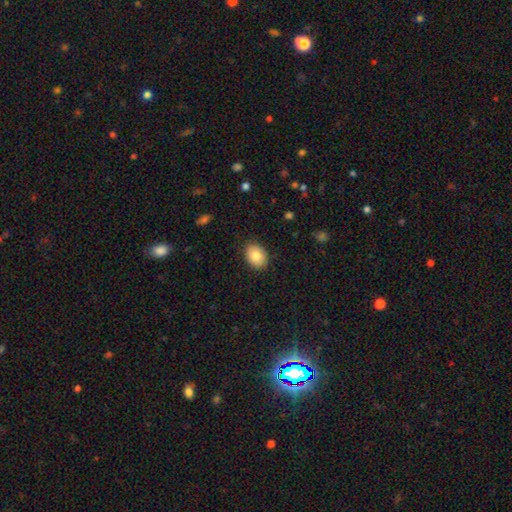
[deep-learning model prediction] Smooth or featured?
  - smooth: 85% *
  - featured or disk: 8%
  - star or artifact: 7%
How rounded?
  - in between: 72% *
  - round: 27%
  - cigar-shaped: 1%
Merging?
  - none: 86% *
  - minor disturbance: 11%
  - major disturbance: 2%
  - merger: 1%